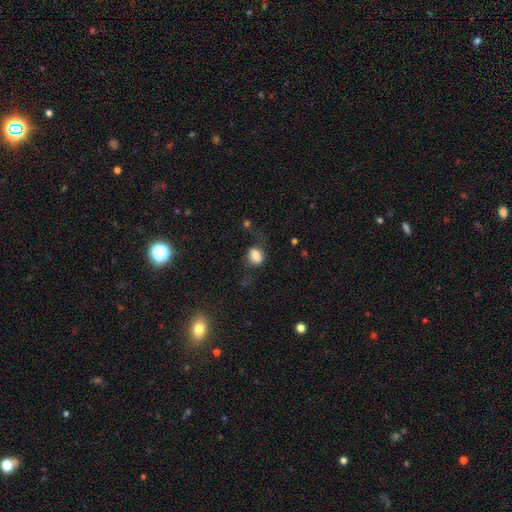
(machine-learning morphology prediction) Smooth or featured? smooth (79%)
How rounded? in between (53%)
Merging? none (50%)